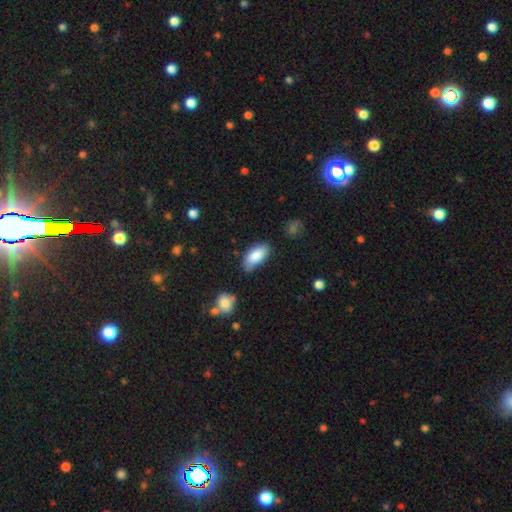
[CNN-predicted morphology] This is clearly a smooth galaxy (84%). How rounded: clearly in between (92%). Merging: likely none (65%).